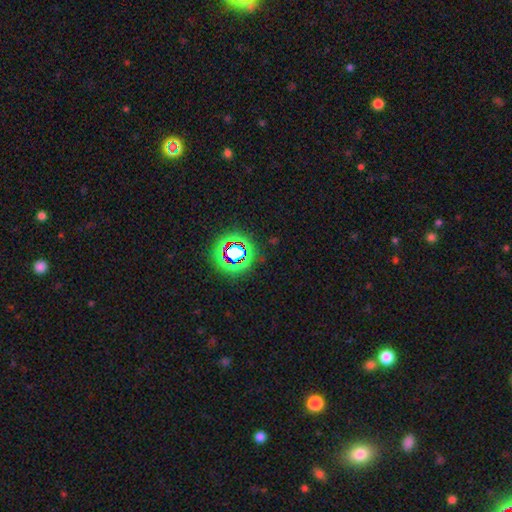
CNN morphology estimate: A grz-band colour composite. It shows a star or artifact, not a galaxy (73%).